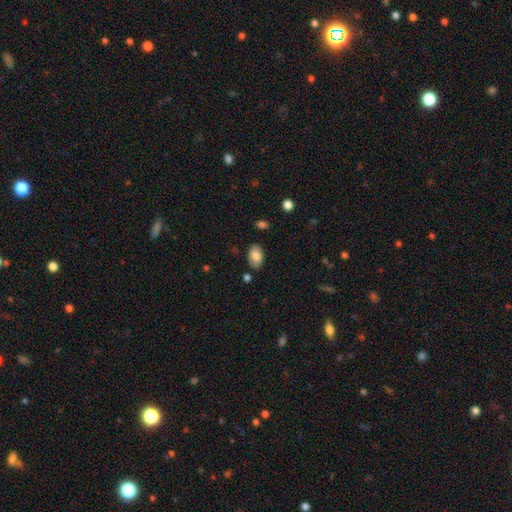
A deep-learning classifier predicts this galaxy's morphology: Overall: smooth (82%). How rounded: in between (92%). Merging: none (84%).